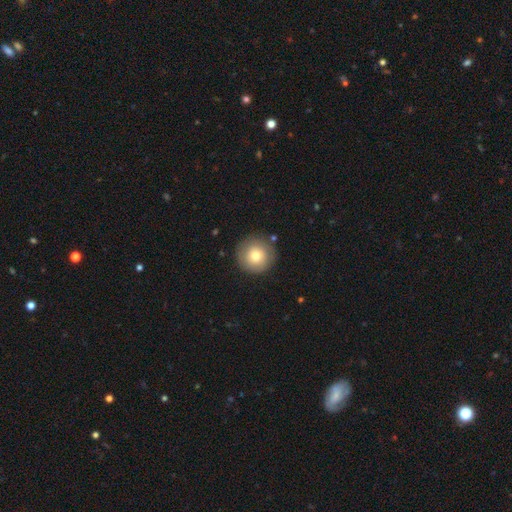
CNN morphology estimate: Overall: smooth (76%). How rounded: round (96%). Merging: none (86%).